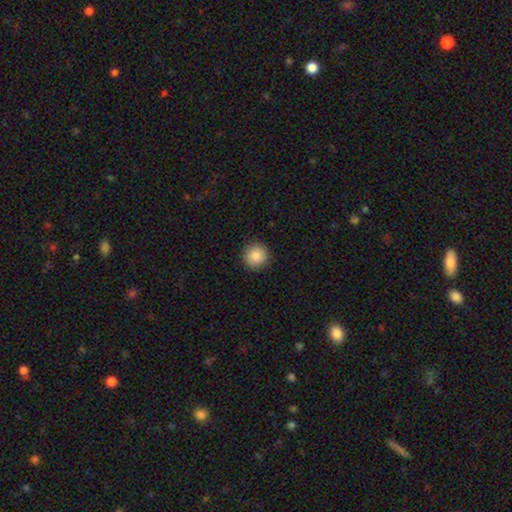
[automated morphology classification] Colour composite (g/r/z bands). It shows a smooth galaxy with no disk features (87%) that is round (95%). Merging: none (92%).